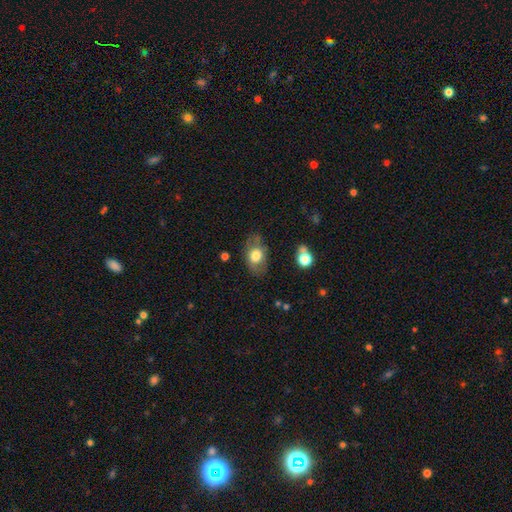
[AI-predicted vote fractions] Smooth or featured?
  - smooth: 68% *
  - featured or disk: 24%
  - star or artifact: 8%
How rounded?
  - in between: 82% *
  - round: 16%
  - cigar-shaped: 2%
Merging?
  - none: 68% *
  - minor disturbance: 21%
  - major disturbance: 8%
  - merger: 2%